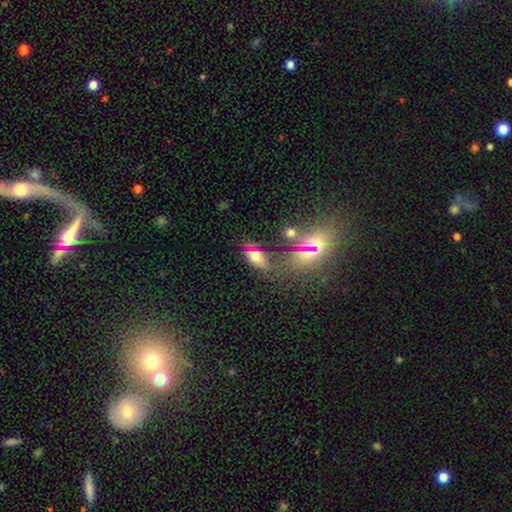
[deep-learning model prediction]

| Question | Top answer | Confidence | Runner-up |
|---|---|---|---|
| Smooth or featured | smooth | 60% | star or artifact (23%) |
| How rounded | in between | 83% | round (10%) |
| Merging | none | 57% | minor disturbance (19%) |